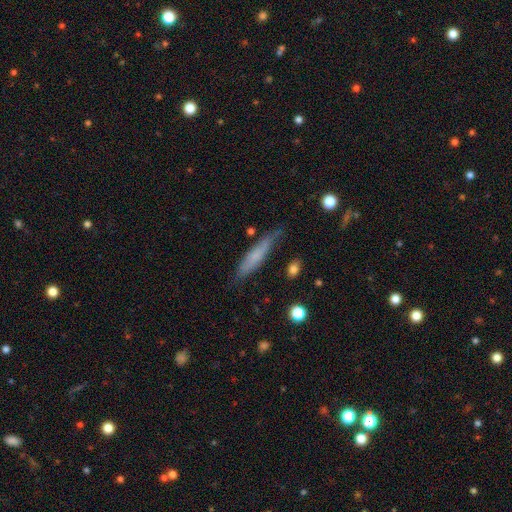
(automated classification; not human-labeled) The model was most divided on "smooth or featured": smooth: 64%, featured or disk: 29%, star or artifact: 7%. More confident: how rounded — cigar-shaped (85%); merging — none (71%).